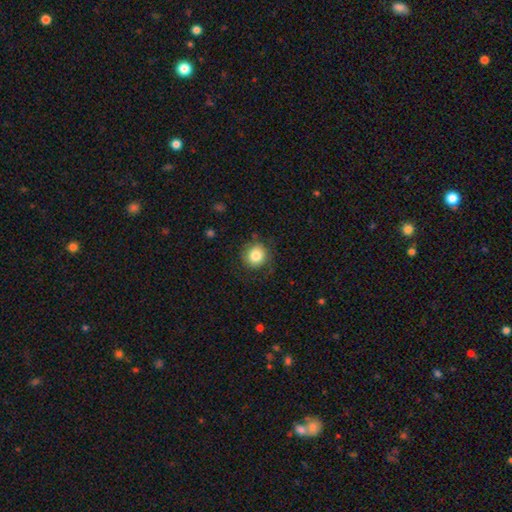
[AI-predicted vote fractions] Smooth or featured: smooth — 82% (star or artifact — 9%)
How rounded: round — 91% (in between — 8%)
Merging: none — 78% (minor disturbance — 15%)